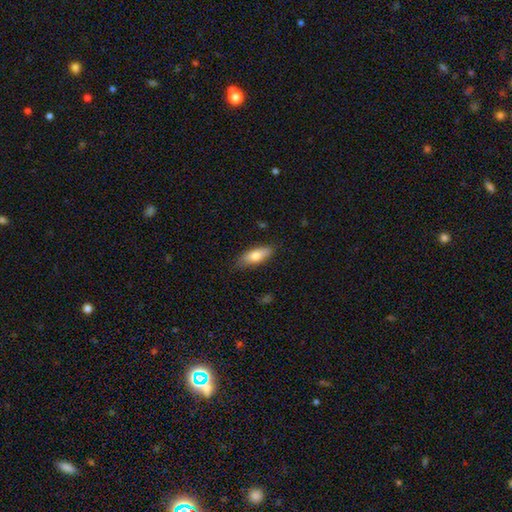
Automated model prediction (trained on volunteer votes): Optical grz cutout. It shows a smooth galaxy with no disk features (74%) that is in between round and cigar-shaped (66%). Merging: none (81%).